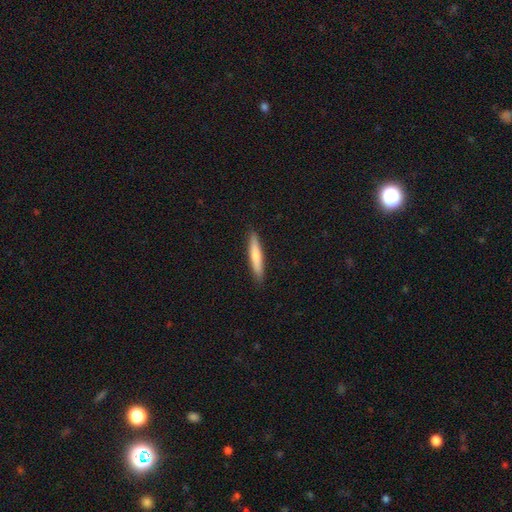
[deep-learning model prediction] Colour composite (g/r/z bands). It shows a smooth galaxy with no disk features (70%) that is cigar-shaped (91%). Merging: none (90%).